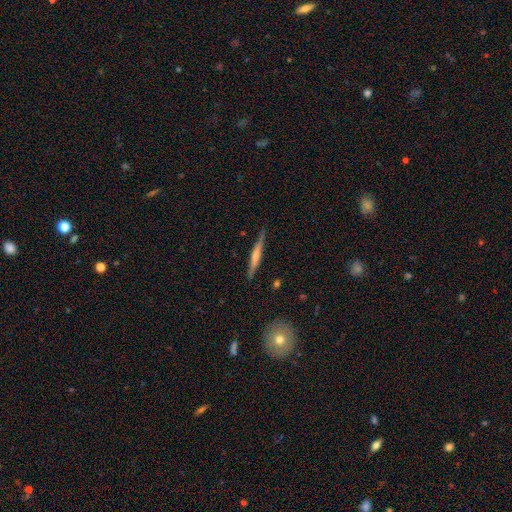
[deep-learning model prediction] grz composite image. It shows a featured or disk galaxy (54%) viewed edge-on (97%) with a rounded central bulge (56%). Merging: none (86%).